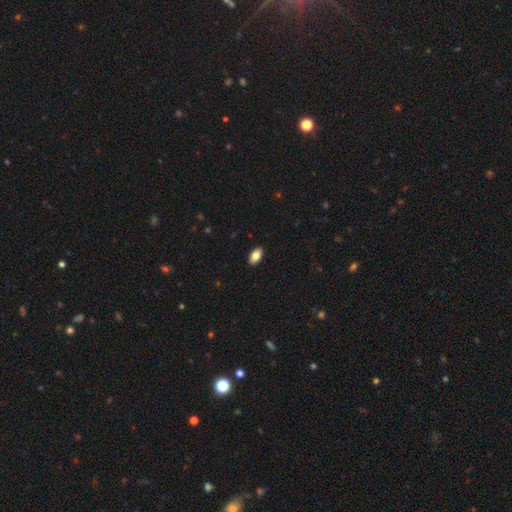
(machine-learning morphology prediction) Q: Smooth or featured?
A: smooth (83%); runner-up: featured or disk (9%)
Q: How rounded?
A: in between (93%); runner-up: round (4%)
Q: Merging?
A: none (90%); runner-up: minor disturbance (7%)